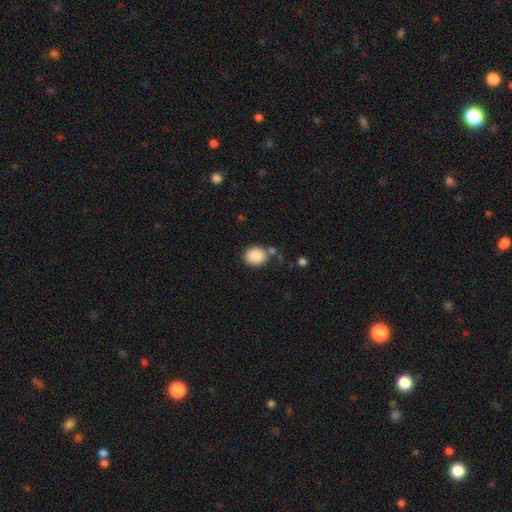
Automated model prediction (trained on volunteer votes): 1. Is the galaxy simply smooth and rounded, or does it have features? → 88% smooth, 8% star or artifact, 4% featured or disk.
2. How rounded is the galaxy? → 66% round, 33% in between, 1% cigar-shaped.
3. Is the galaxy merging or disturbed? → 69% none, 14% minor disturbance, 12% merger, 5% major disturbance.